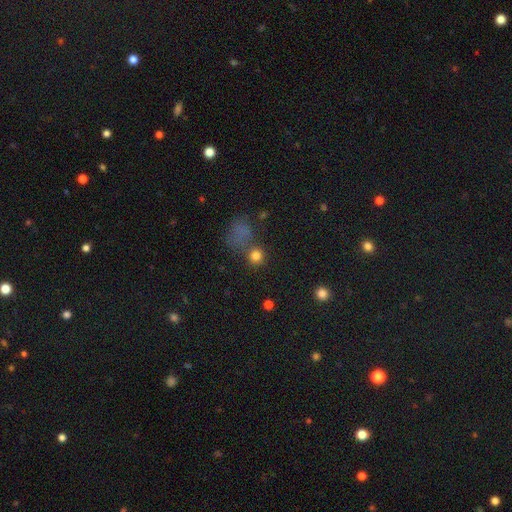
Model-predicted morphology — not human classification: Smooth or featured?
  - smooth: 79% *
  - star or artifact: 15%
  - featured or disk: 6%
How rounded?
  - round: 88% *
  - in between: 10%
  - cigar-shaped: 1%
Merging?
  - none: 66% *
  - merger: 16%
  - minor disturbance: 11%
  - major disturbance: 7%